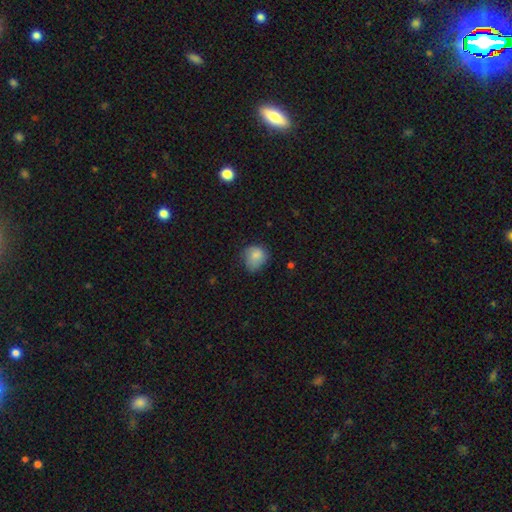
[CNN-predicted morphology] A smooth galaxy with no disk features (81%) that is round (70%).

Vote fractions:
- Smooth or featured? smooth: 81% / featured or disk: 10% / star or artifact: 9%
- How rounded? round: 70% / in between: 29% / cigar-shaped: 1%
- Merging? none: 56% / minor disturbance: 32% / major disturbance: 10% / merger: 2%